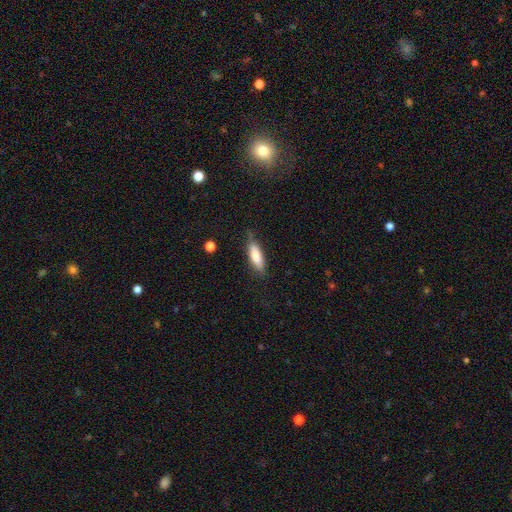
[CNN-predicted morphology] Smooth or featured? smooth (76%)
How rounded? in between (49%, tied with cigar-shaped)
Merging? none (71%)